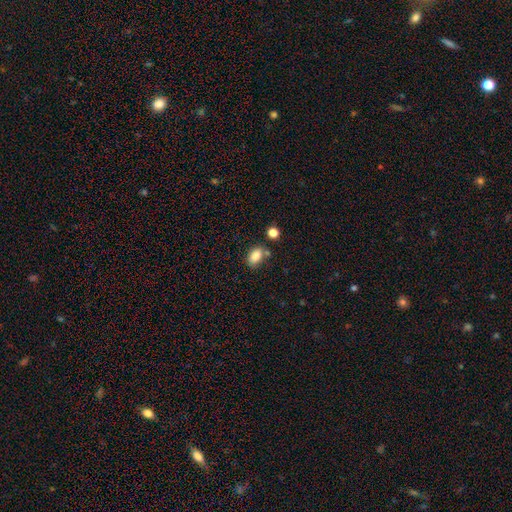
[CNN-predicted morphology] A smooth galaxy with no disk features (85%) that is in between round and cigar-shaped (85%). Merging: none (64%).